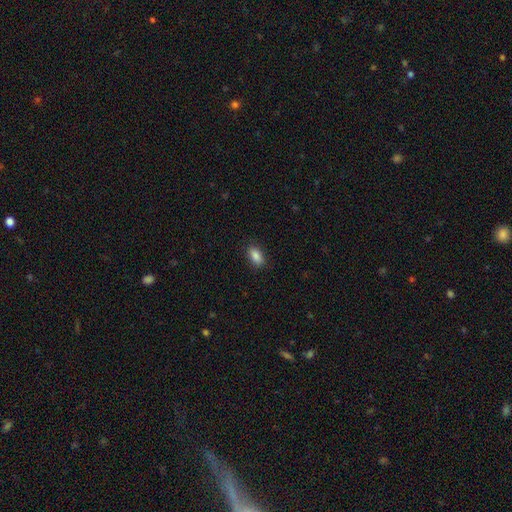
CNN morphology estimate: smooth 88%, star or artifact 8%, featured or disk 4%. Down the decision tree: how rounded — in between (90%); merging — none (88%).